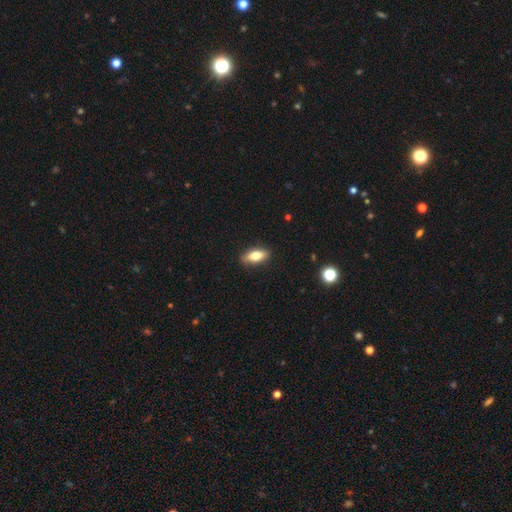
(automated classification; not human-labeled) The model was most divided on "smooth or featured": smooth: 74%, featured or disk: 19%, star or artifact: 7%. More confident: merging — none (88%); how rounded — in between (78%).